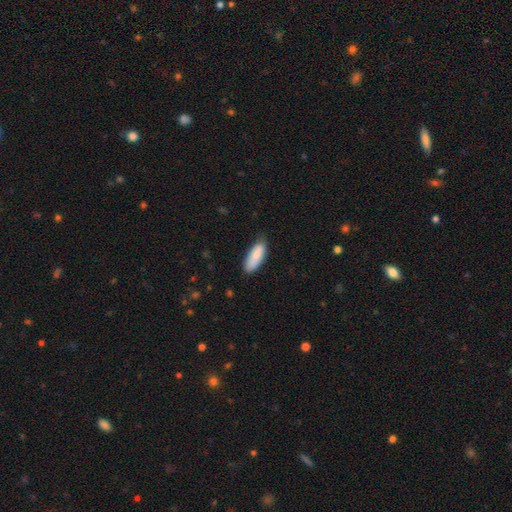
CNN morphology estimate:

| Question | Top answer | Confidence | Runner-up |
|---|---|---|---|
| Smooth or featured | smooth | 85% | featured or disk (9%) |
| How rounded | in between | 71% | cigar-shaped (28%) |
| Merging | none | 71% | minor disturbance (24%) |